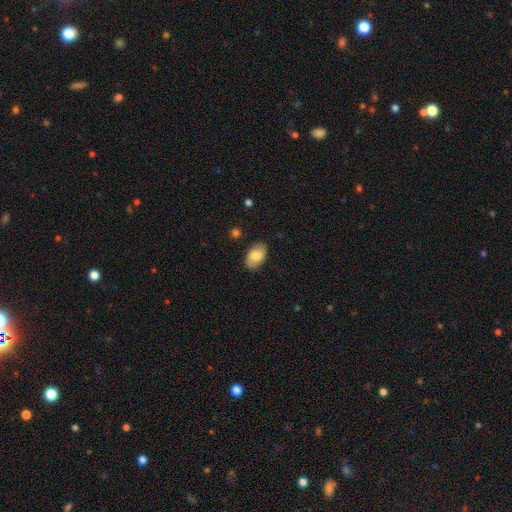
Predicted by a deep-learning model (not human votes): This appears to be a smooth galaxy with no disk features (78%) that is in between round and cigar-shaped (92%). Merging: none (82%).